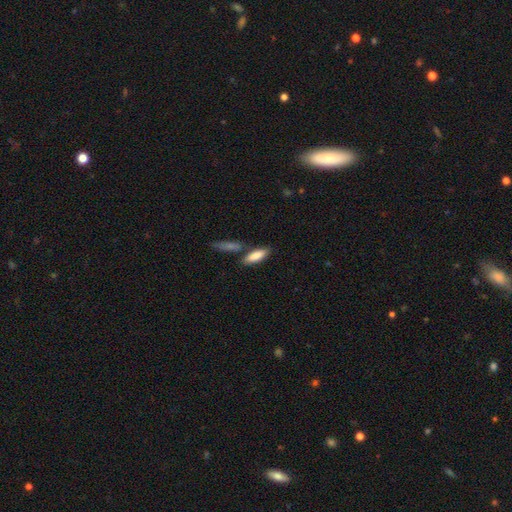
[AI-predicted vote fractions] Overall: smooth (85%). How rounded: in between (60%; cigar-shaped 37%). Merging: none (66%).